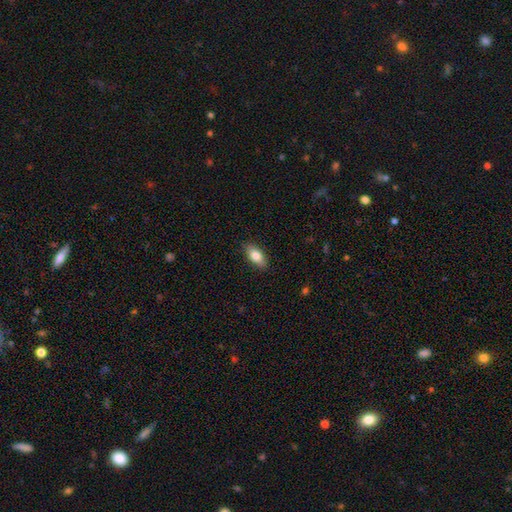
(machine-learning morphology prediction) type=smooth (82%); roundness=in between (87%); merging=none (87%).